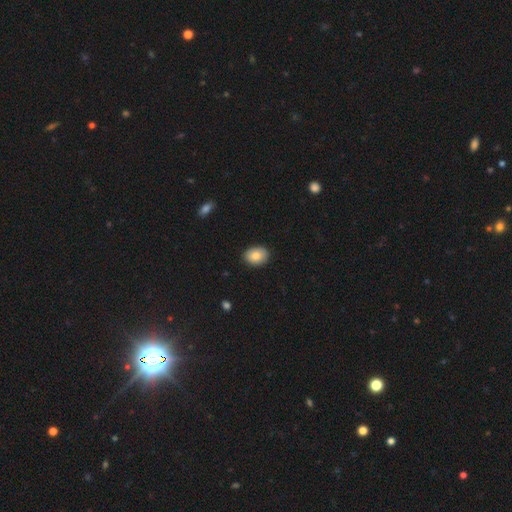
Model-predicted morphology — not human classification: Smooth or featured? smooth (85%)
How rounded? in between (70%)
Merging? none (87%)